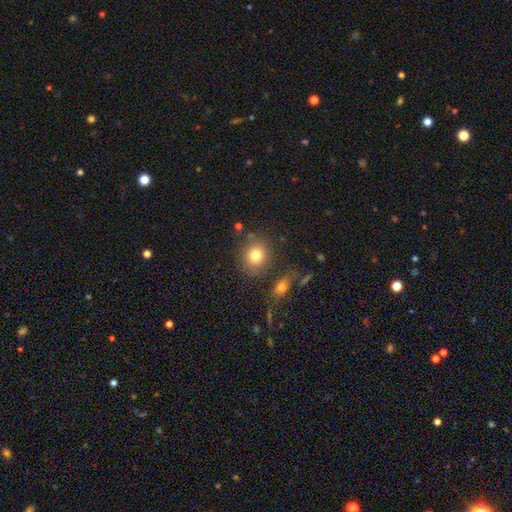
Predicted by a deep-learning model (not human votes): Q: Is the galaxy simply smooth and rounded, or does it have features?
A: smooth — 79%.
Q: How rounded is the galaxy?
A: round — 80%.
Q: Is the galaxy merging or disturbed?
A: none — 80%.